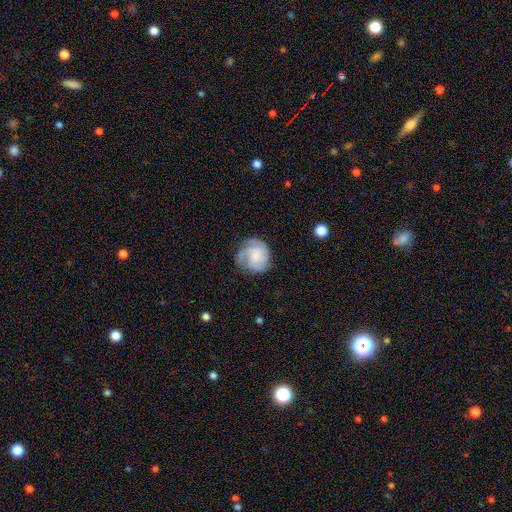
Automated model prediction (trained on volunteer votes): This is possibly a featured or disk galaxy (58%). It is clearly not viewed edge-on (98%). Bar: likely no (71%). Spiral arm pattern: clearly yes (88%). Spiral arm count: marginally can't tell (30%). Spiral winding: possibly tight (51%). Central bulge: possibly small (57%). Merging: likely none (61%).